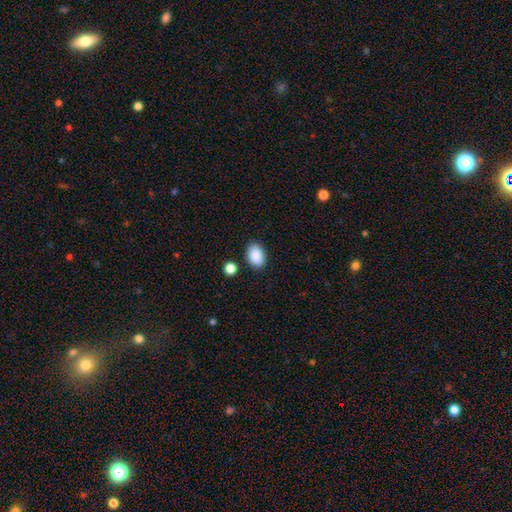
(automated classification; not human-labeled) This appears to be a smooth galaxy with no disk features (89%) that is in between round and cigar-shaped (84%). Merging: none (84%).